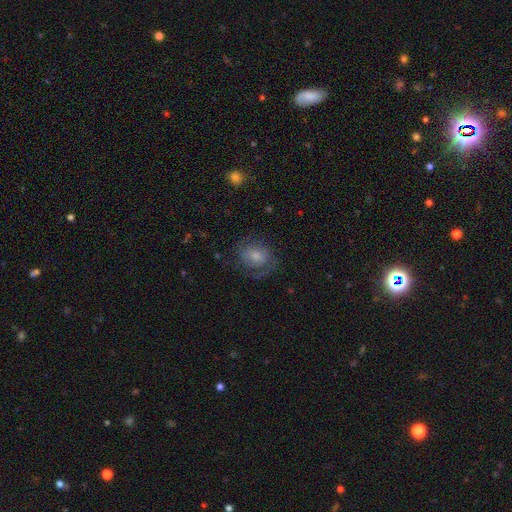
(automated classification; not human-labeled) Smooth or featured: featured or disk — 62% (smooth — 25%)
Edge-on disk: no — 97% (yes — 3%)
Bar: no — 64% (weak — 30%)
Spiral arms: yes — 87% (no — 13%)
Spiral winding: tight — 44% (medium — 42%)
Spiral arm count: 2 — 61% (can't tell — 21%)
Bulge size: moderate — 45% (small — 39%)
Merging: none — 72% (minor disturbance — 16%)